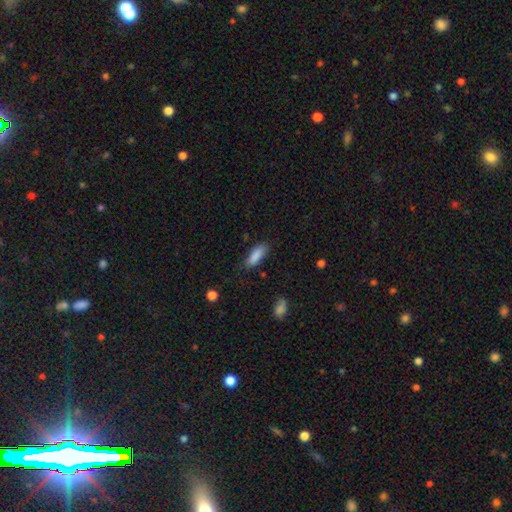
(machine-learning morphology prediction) The model was most divided on "how rounded": in between: 66%, cigar-shaped: 32%, round: 2%. More confident: smooth or featured — smooth (88%); merging — none (77%).